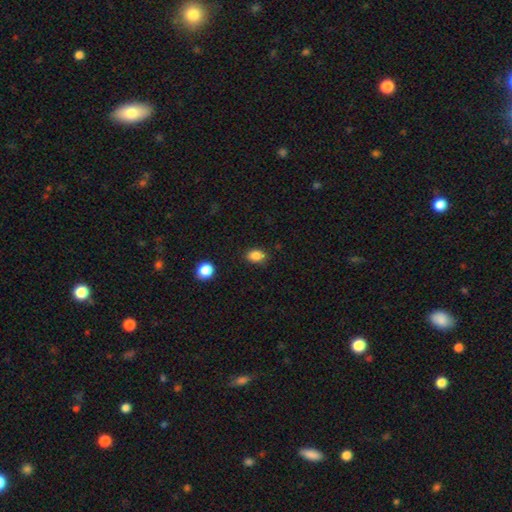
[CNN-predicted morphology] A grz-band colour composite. It shows a smooth galaxy with no disk features (86%) that is in between round and cigar-shaped (73%). Merging: none (80%).